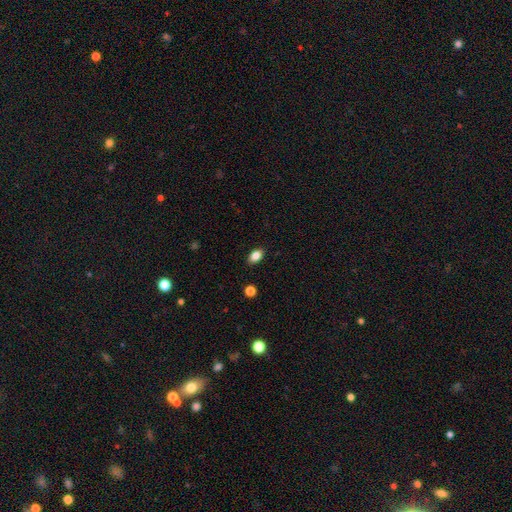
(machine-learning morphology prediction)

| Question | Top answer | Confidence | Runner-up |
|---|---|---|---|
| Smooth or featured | smooth | 85% | star or artifact (9%) |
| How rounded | in between | 87% | round (11%) |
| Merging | none | 88% | minor disturbance (9%) |